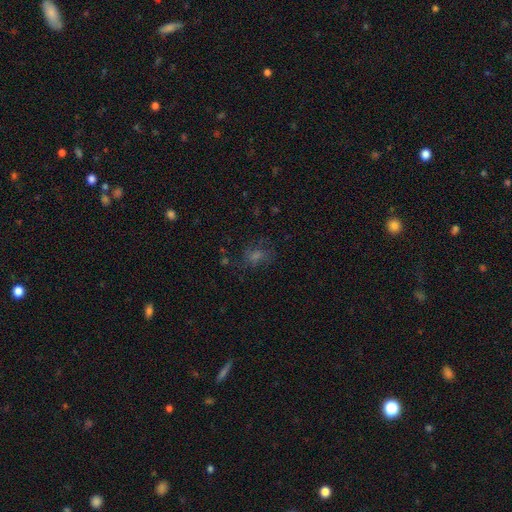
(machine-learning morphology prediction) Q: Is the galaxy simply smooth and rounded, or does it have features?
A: smooth — 38%.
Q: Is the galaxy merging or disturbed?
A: none — 67%.